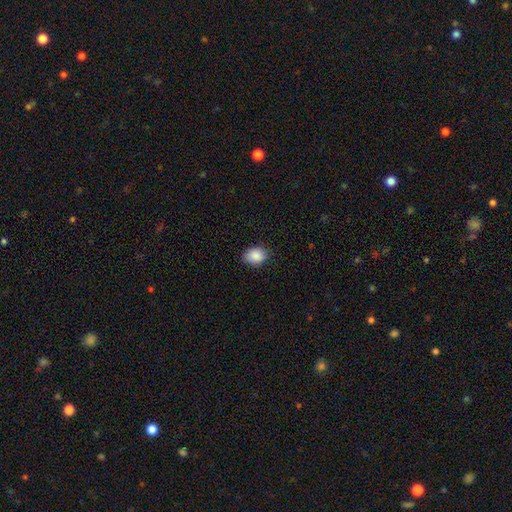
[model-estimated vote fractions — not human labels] Overall: smooth (89%). How rounded: in between (71%). Merging: none (83%).